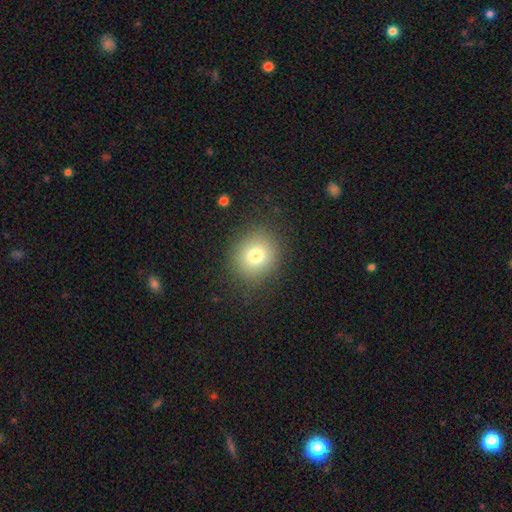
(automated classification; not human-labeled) A smooth galaxy with no disk features (77%) that is round (82%).

Vote fractions:
- Smooth or featured? smooth: 77% / star or artifact: 13% / featured or disk: 10%
- How rounded? round: 82% / in between: 17% / cigar-shaped: 1%
- Merging? none: 86% / minor disturbance: 9% / major disturbance: 4% / merger: 1%